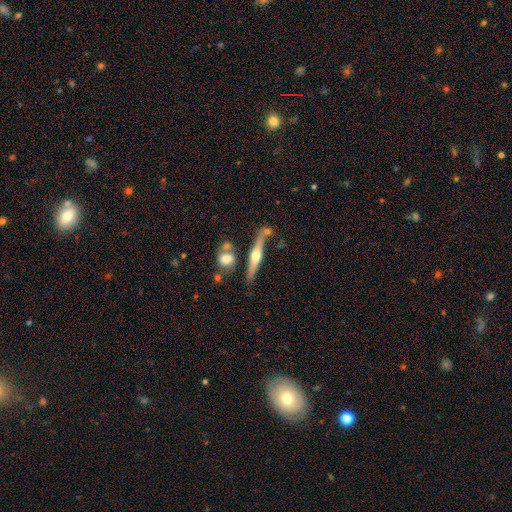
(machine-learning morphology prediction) smooth_or_featured: featured or disk (p=0.70) [alt: smooth p=0.25]
disk_edge_on: yes (p=0.96) [alt: no p=0.04]
edge_on_bulge: rounded (p=0.93) [alt: none p=0.04]
merging: none (p=0.70) [alt: minor disturbance p=0.14]